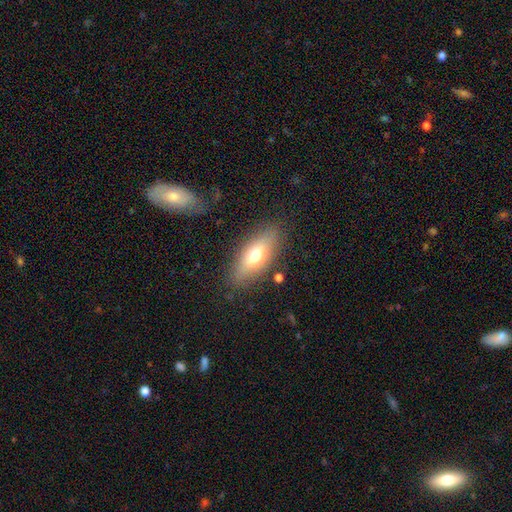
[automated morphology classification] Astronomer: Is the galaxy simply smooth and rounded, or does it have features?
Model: smooth — 65%.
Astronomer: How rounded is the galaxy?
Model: in between — 74%.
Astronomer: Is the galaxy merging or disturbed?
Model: none — 83%.